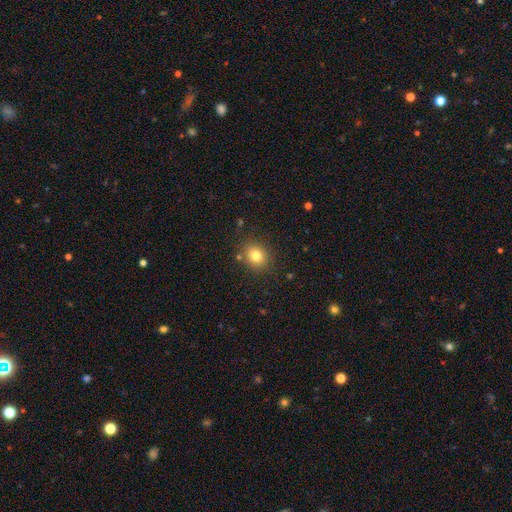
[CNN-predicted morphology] Smooth or featured?
  - smooth: 79% *
  - star or artifact: 12%
  - featured or disk: 9%
How rounded?
  - round: 71% *
  - in between: 28%
  - cigar-shaped: 1%
Merging?
  - none: 83% *
  - minor disturbance: 10%
  - merger: 3%
  - major disturbance: 3%